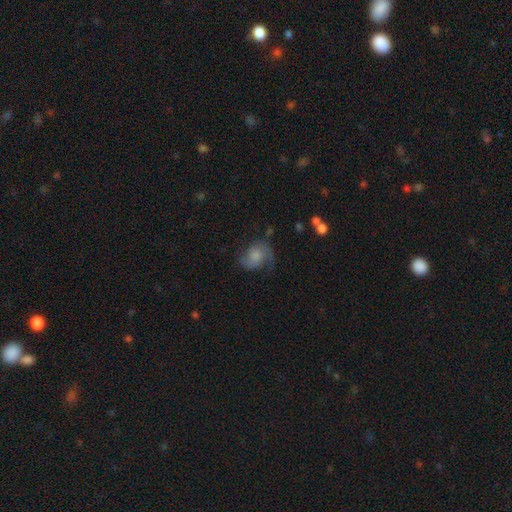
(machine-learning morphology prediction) Q: Smooth or featured?
A: featured or disk (62%); runner-up: smooth (29%)
Q: Edge-on disk?
A: no (98%); runner-up: yes (2%)
Q: Bar?
A: no (69%); runner-up: weak (27%)
Q: Spiral arms?
A: yes (91%); runner-up: no (9%)
Q: Spiral winding?
A: medium (43%); runner-up: loose (42%)
Q: Spiral arm count?
A: 2 (83%); runner-up: 1 (8%)
Q: Bulge size?
A: moderate (31%); runner-up: small (26%)
Q: Merging?
A: none (58%); runner-up: minor disturbance (23%)